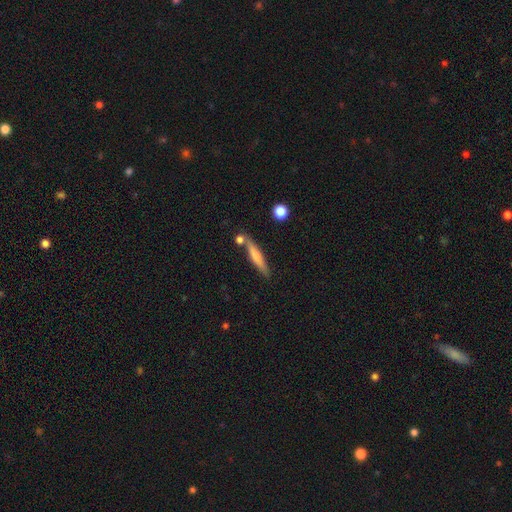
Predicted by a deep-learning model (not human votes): A smooth galaxy with no disk features (62%) that is cigar-shaped (89%). Merging: none (71%).